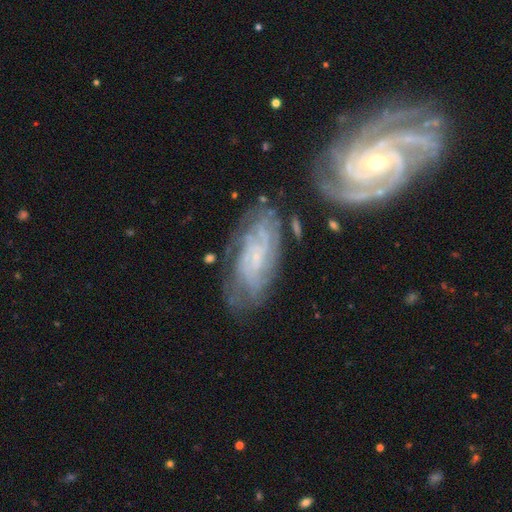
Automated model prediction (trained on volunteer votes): The model was most divided on "spiral arm count": can't tell: 43%, 2: 18%, 3: 17%, 4: 11%, more than 4: 6%, 1: 5%. More confident: edge-on disk — no (92%); spiral arms — yes (92%); smooth or featured — featured or disk (76%); bulge size — small (67%); merging — none (62%); spiral winding — tight (59%); bar — no (59%).